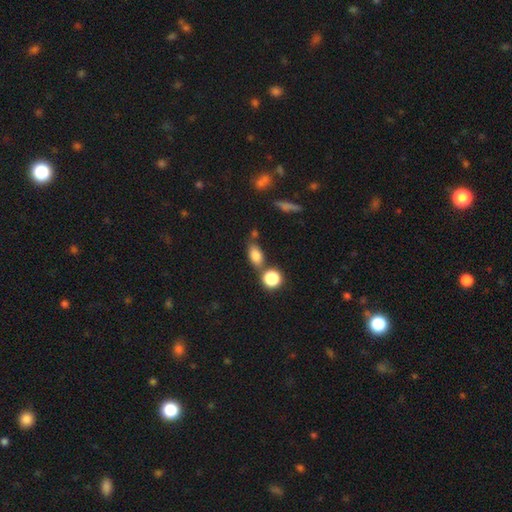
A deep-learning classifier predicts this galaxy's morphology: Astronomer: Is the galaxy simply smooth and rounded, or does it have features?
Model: smooth — 80%.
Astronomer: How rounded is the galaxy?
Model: in between — 80%.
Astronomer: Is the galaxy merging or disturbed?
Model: none — 62%.